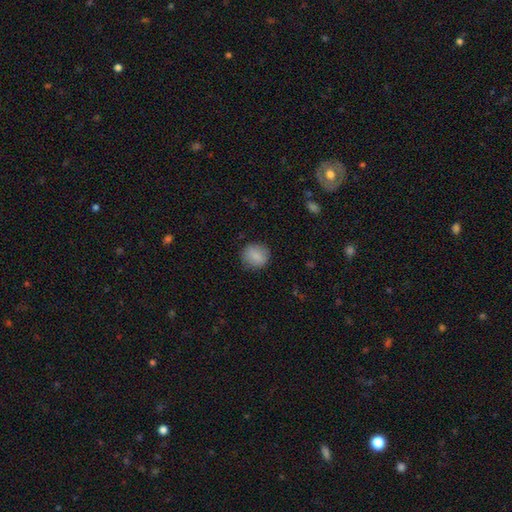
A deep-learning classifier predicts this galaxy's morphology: The model was most divided on "how rounded": round: 82%, in between: 17%, cigar-shaped: 1%. More confident: smooth or featured — smooth (85%); merging — none (85%).